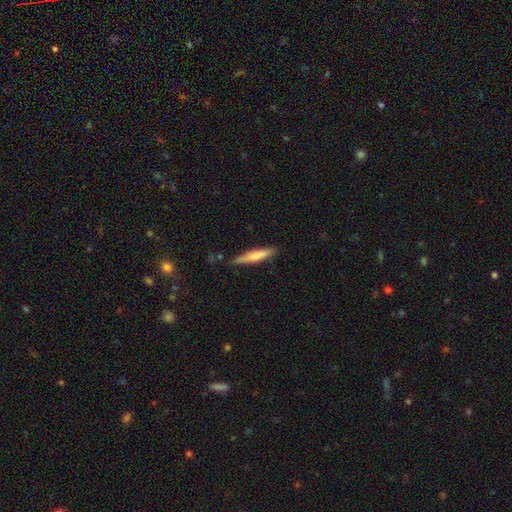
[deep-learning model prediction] A smooth galaxy with no disk features (66%) that is cigar-shaped (89%). Merging: none (80%).